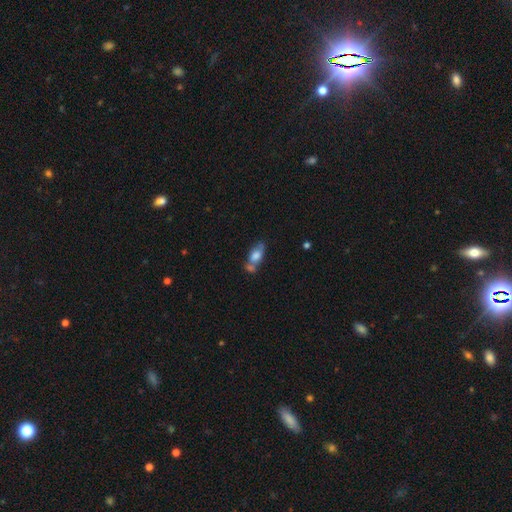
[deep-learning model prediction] smooth_or_featured: smooth (p=0.68) [alt: featured or disk p=0.24]
how_rounded: in between (p=0.81) [alt: cigar-shaped p=0.13]
merging: none (p=0.38) [tied with: merger p=0.38]